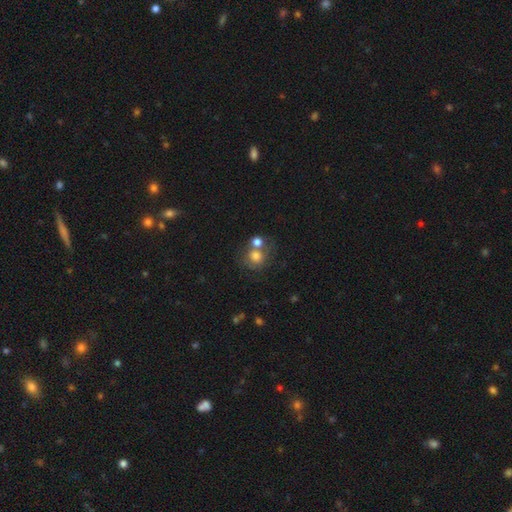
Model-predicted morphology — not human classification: This is likely a smooth galaxy (72%). How rounded: likely round (76%). Merging: marginally none (41%).